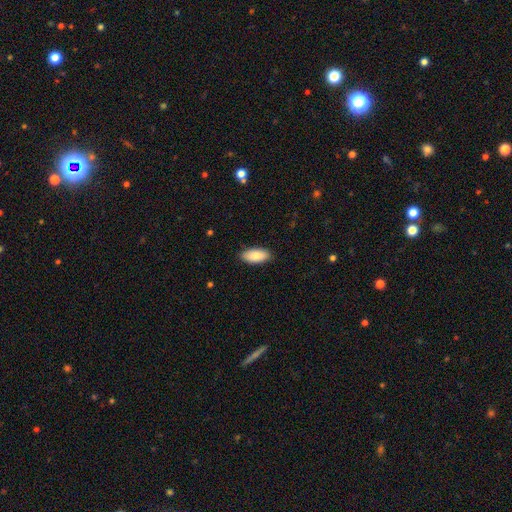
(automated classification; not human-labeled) smooth 86%, featured or disk 8%, star or artifact 6%. Down the decision tree: how rounded — in between (90%); merging — none (88%).